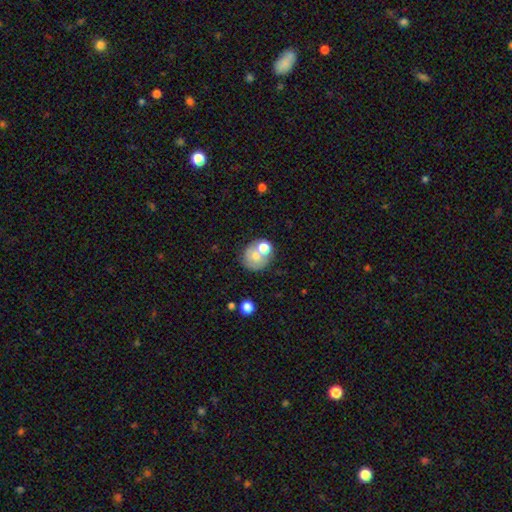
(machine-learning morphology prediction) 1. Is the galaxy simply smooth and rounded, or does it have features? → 65% smooth, 26% featured or disk, 10% star or artifact.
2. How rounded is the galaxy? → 80% round, 19% in between, 1% cigar-shaped.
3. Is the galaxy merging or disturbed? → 48% none, 33% merger, 13% minor disturbance, 6% major disturbance.